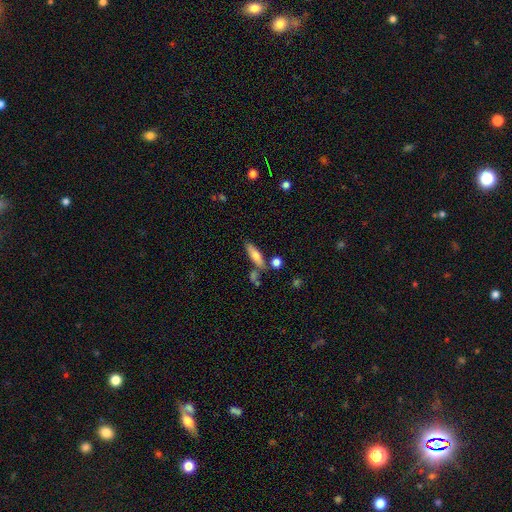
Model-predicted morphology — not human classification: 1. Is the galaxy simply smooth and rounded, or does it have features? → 70% smooth, 23% featured or disk, 8% star or artifact.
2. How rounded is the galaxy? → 60% cigar-shaped, 37% in between, 3% round.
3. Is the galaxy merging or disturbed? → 66% none, 15% minor disturbance, 15% merger, 5% major disturbance.